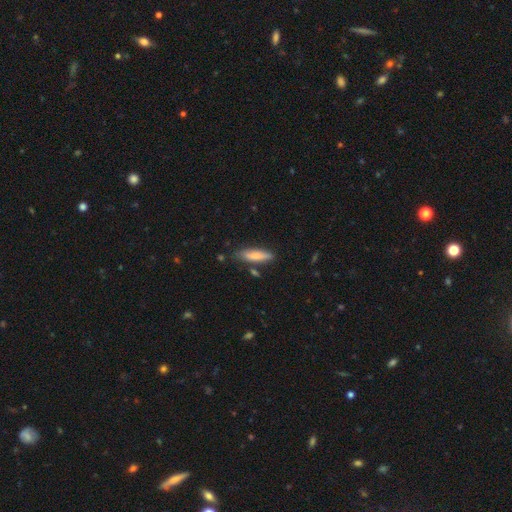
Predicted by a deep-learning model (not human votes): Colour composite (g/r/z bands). It shows a smooth galaxy with no disk features (77%) that is cigar-shaped (71%). Merging: none (77%).